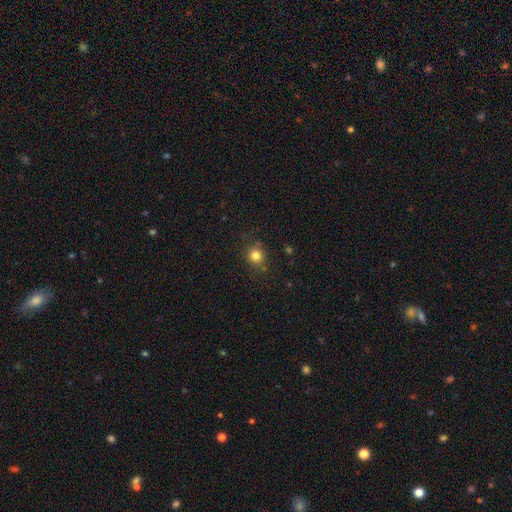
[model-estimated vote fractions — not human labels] Smooth or featured? smooth (81%)
How rounded? round (90%)
Merging? none (83%)